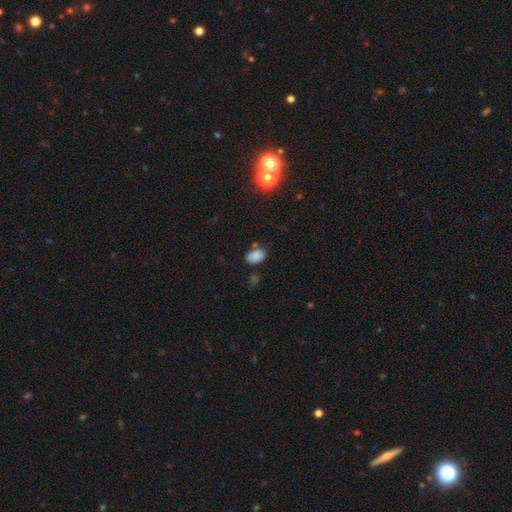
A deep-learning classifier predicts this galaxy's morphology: Smooth or featured? smooth (83%)
How rounded? in between (88%)
Merging? none (70%)